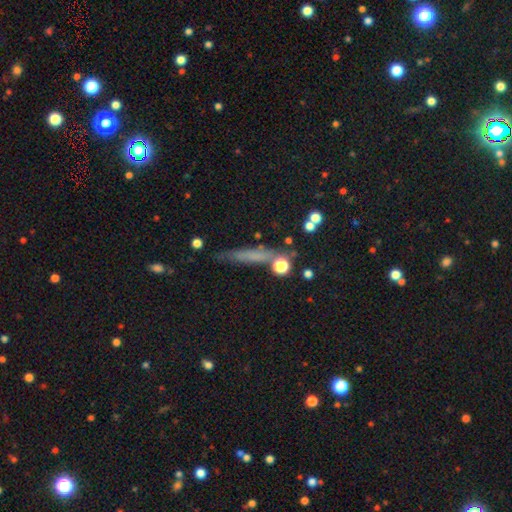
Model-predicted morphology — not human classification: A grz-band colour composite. It shows a smooth galaxy with no disk features (52%) that is cigar-shaped (82%). Merging: none (74%).